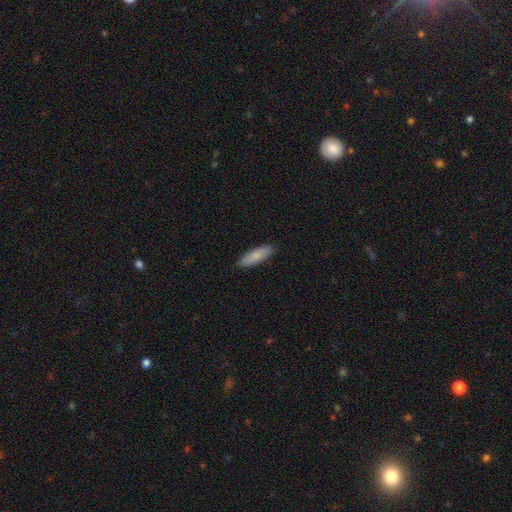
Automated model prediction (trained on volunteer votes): smooth 83%, featured or disk 11%, star or artifact 6%. Down the decision tree: how rounded — cigar-shaped (55%); merging — none (89%).